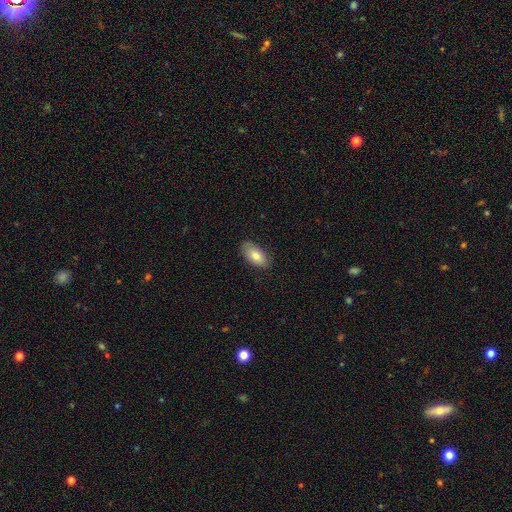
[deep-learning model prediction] A smooth galaxy with no disk features (79%) that is in between round and cigar-shaped (93%).

Vote fractions:
- Smooth or featured? smooth: 79% / featured or disk: 14% / star or artifact: 6%
- How rounded? in between: 93% / cigar-shaped: 4% / round: 3%
- Merging? none: 84% / minor disturbance: 13% / major disturbance: 2% / merger: 1%